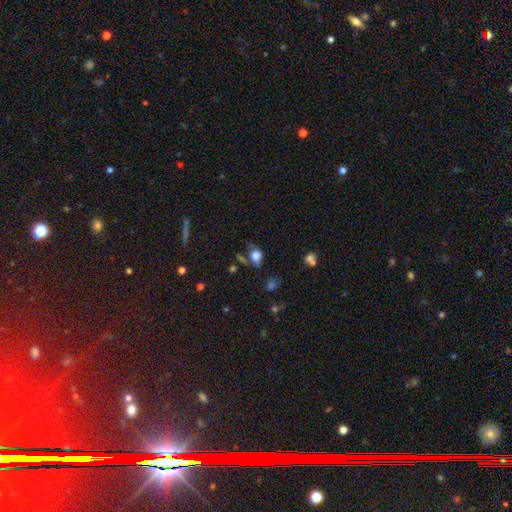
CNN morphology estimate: Smooth or featured? smooth (69%)
How rounded? in between (63%)
Merging? none (42%)